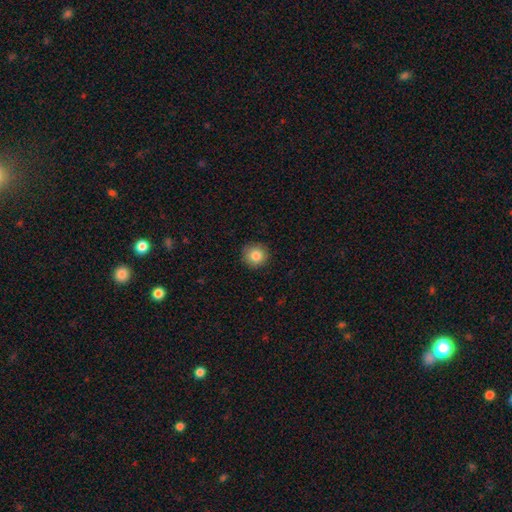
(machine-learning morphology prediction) Smooth or featured? smooth (84%)
How rounded? round (94%)
Merging? none (90%)